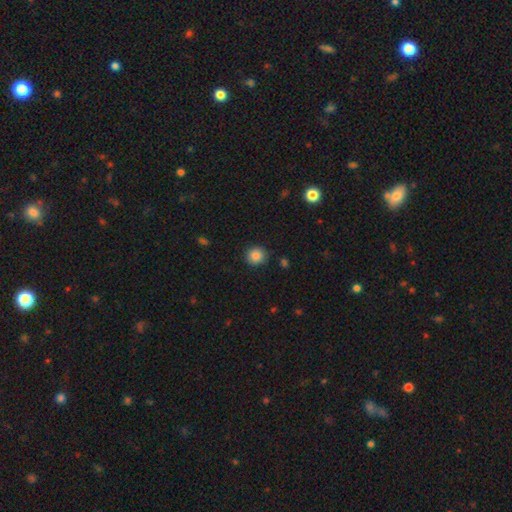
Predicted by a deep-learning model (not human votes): Smooth or featured: smooth — 85% (star or artifact — 10%)
How rounded: round — 91% (in between — 9%)
Merging: none — 89% (minor disturbance — 7%)